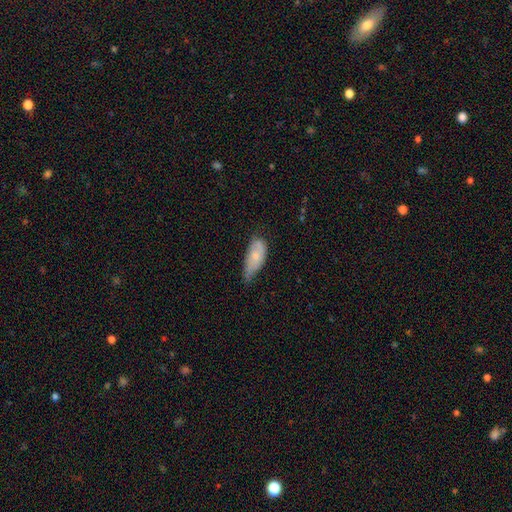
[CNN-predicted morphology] A smooth galaxy with no disk features (67%) that is in between round and cigar-shaped (83%).

Vote fractions:
- Smooth or featured? smooth: 67% / featured or disk: 26% / star or artifact: 7%
- How rounded? in between: 83% / cigar-shaped: 15% / round: 3%
- Merging? minor disturbance: 49% / none: 33% / major disturbance: 16% / merger: 3%